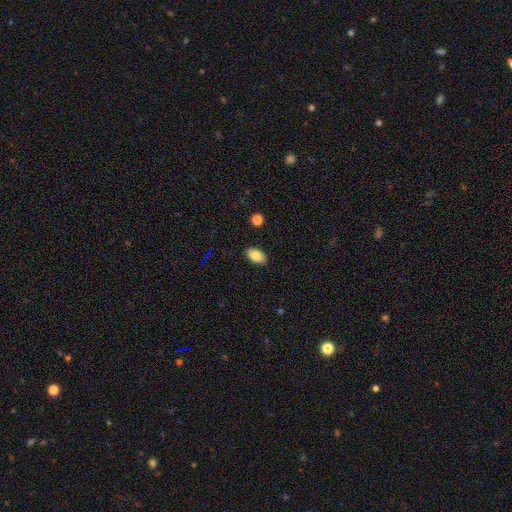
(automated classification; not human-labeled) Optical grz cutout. It shows a smooth galaxy with no disk features (86%) that is in between round and cigar-shaped (93%). Merging: none (88%).